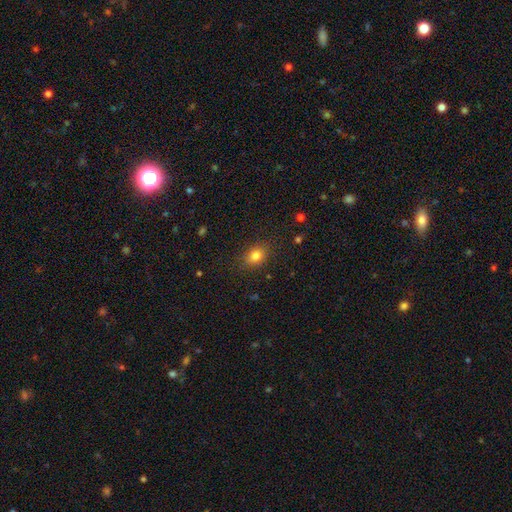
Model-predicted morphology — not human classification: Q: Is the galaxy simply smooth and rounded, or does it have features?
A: smooth — 82%.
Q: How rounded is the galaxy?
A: in between — 59%.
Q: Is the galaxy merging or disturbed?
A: none — 85%.